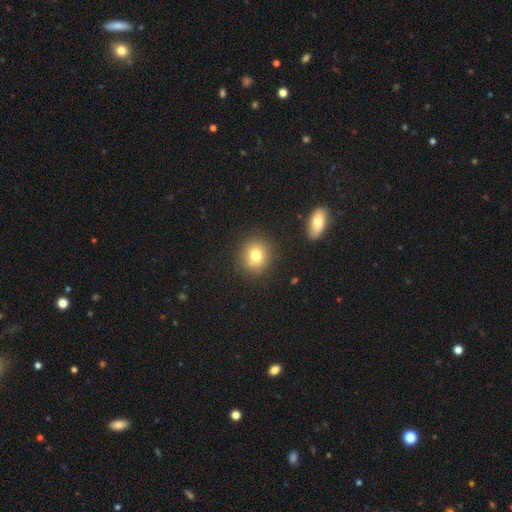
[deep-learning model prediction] Morphology: type=smooth (78%); roundness=round (83%); merging=none (85%).